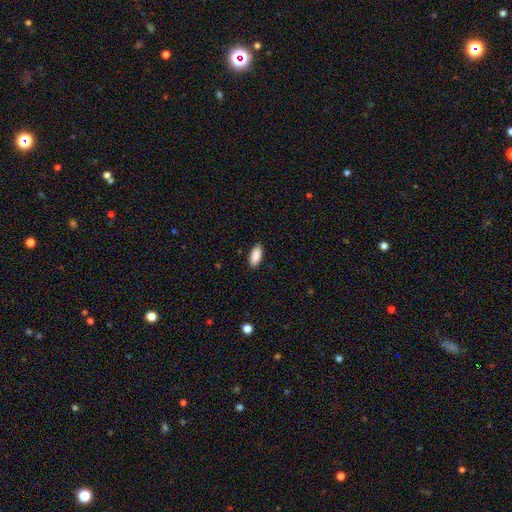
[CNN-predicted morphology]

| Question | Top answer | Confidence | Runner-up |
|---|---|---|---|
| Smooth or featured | smooth | 90% | star or artifact (6%) |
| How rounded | in between | 88% | cigar-shaped (11%) |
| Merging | none | 89% | minor disturbance (8%) |